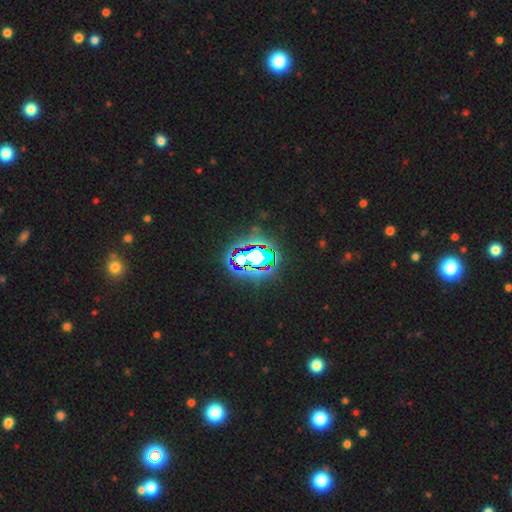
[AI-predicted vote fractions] The model was most divided on "smooth or featured": star or artifact: 59%, featured or disk: 21%, smooth: 19%.